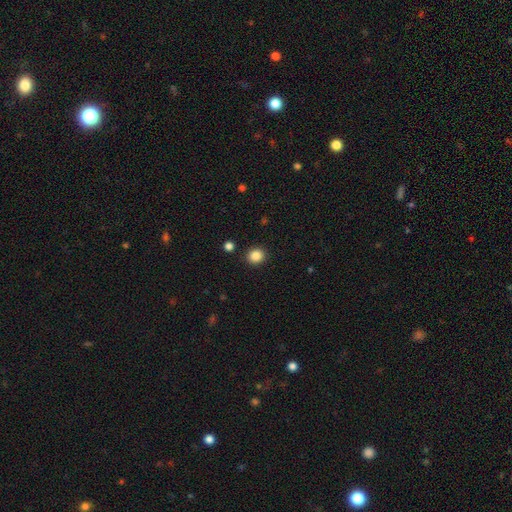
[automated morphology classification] Smooth or featured? smooth (86%)
How rounded? round (82%)
Merging? none (90%)